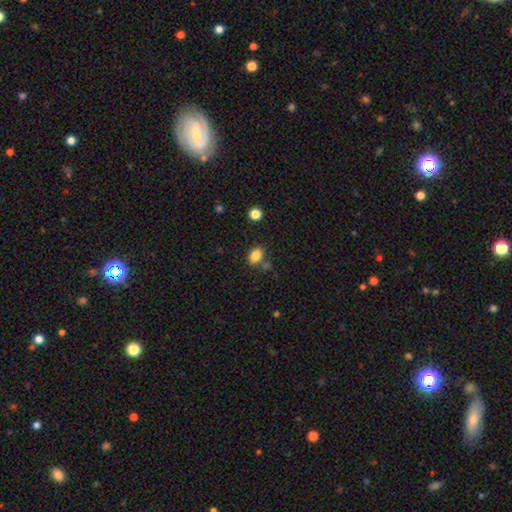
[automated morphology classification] type=smooth (84%); roundness=in between (75%); merging=none (73%).